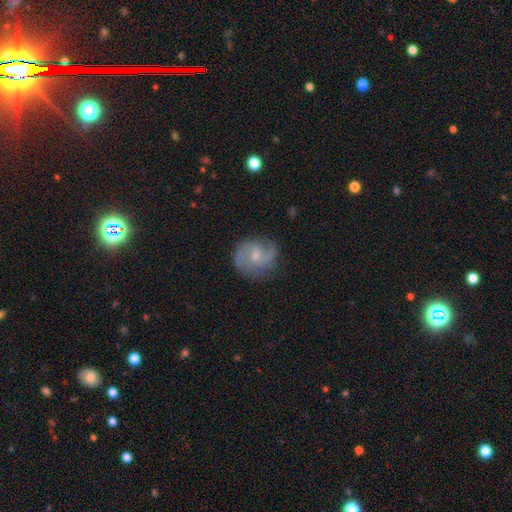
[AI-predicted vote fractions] Q: Smooth or featured?
A: featured or disk (70%); runner-up: smooth (22%)
Q: Edge-on disk?
A: no (97%); runner-up: yes (3%)
Q: Bar?
A: weak (48%); runner-up: no (44%)
Q: Spiral arms?
A: yes (89%); runner-up: no (11%)
Q: Spiral winding?
A: medium (45%); runner-up: loose (35%)
Q: Spiral arm count?
A: 2 (68%); runner-up: can't tell (15%)
Q: Bulge size?
A: small (57%); runner-up: moderate (34%)
Q: Merging?
A: none (68%); runner-up: minor disturbance (21%)